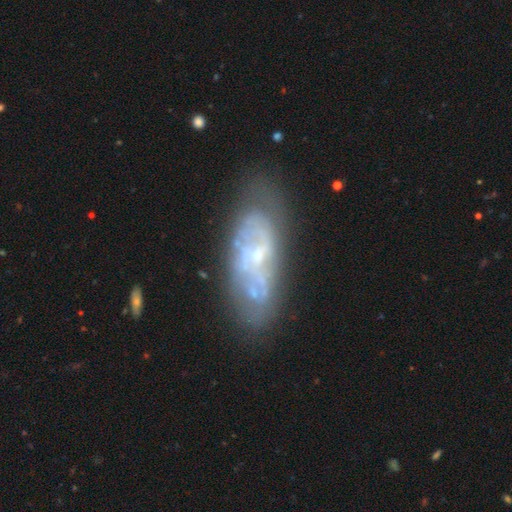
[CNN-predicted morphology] smooth_or_featured: featured or disk (p=0.70) [alt: smooth p=0.22]
disk_edge_on: no (p=0.88) [alt: yes p=0.12]
bar: no (p=0.64) [alt: weak p=0.28]
has_spiral_arms: no (p=0.52) [alt: yes p=0.48]
bulge_size: small (p=0.62) [alt: moderate p=0.23]
merging: none (p=0.62) [alt: minor disturbance p=0.21]